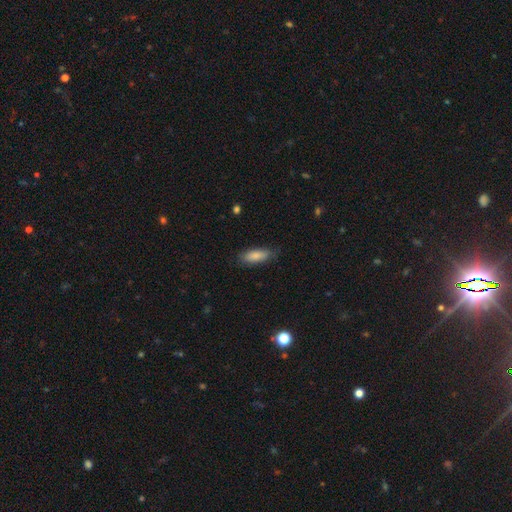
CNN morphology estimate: Q: Smooth or featured?
A: smooth (85%); runner-up: featured or disk (9%)
Q: How rounded?
A: in between (69%); runner-up: cigar-shaped (29%)
Q: Merging?
A: none (81%); runner-up: minor disturbance (15%)